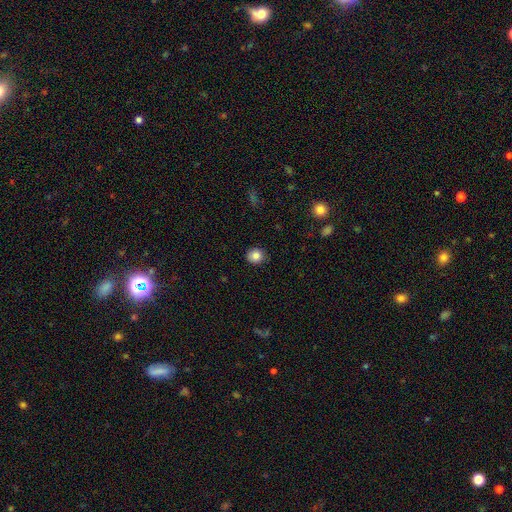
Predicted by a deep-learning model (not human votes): Smooth or featured?
  - smooth: 84% *
  - star or artifact: 10%
  - featured or disk: 6%
How rounded?
  - round: 80% *
  - in between: 19%
  - cigar-shaped: 1%
Merging?
  - none: 88% *
  - minor disturbance: 9%
  - major disturbance: 2%
  - merger: 1%